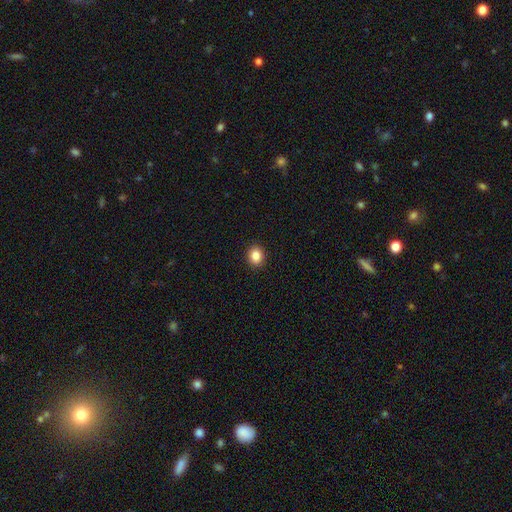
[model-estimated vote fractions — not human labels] The model was most divided on "how rounded": round: 61%, in between: 38%, cigar-shaped: 1%. More confident: merging — none (92%); smooth or featured — smooth (86%).